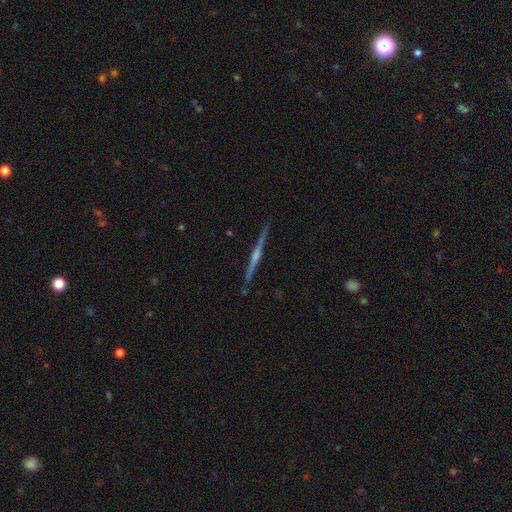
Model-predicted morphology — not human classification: smooth-or-featured: featured or disk: 76% | smooth: 15% | star or artifact: 9%
  disk-edge-on: yes: 97% | no: 3%
    edge-on-bulge: rounded: 70% | none: 21% | boxy: 10%
  merging: none: 89% | minor disturbance: 7% | major disturbance: 2% | merger: 2%